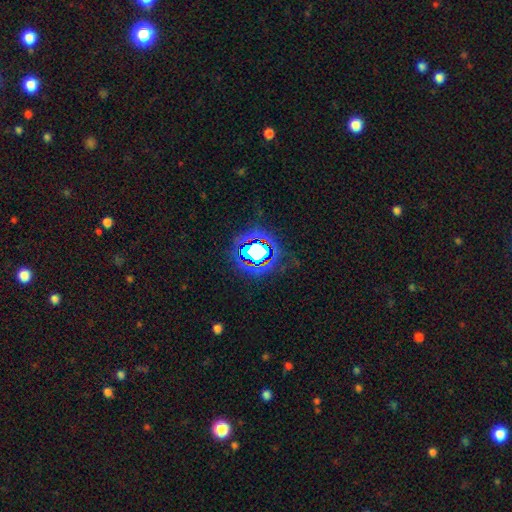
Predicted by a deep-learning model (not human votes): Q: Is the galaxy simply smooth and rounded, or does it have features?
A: star or artifact — 76%.